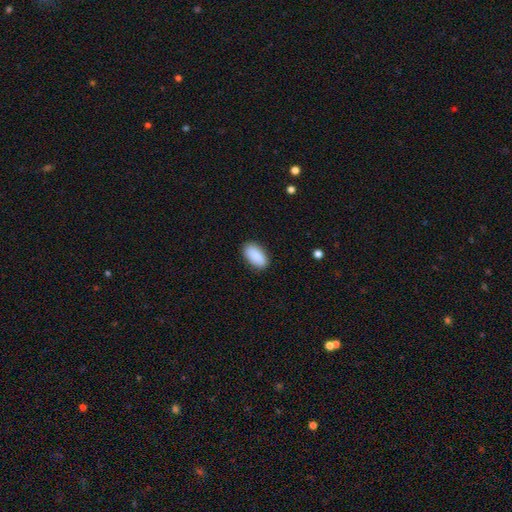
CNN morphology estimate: A smooth galaxy with no disk features (91%) that is in between round and cigar-shaped (94%). Merging: none (87%).